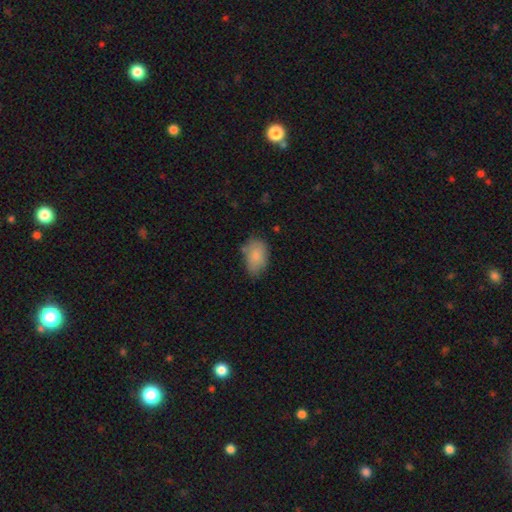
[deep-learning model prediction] Q: Smooth or featured?
A: smooth (84%); runner-up: featured or disk (9%)
Q: How rounded?
A: in between (89%); runner-up: round (10%)
Q: Merging?
A: none (63%); runner-up: minor disturbance (28%)